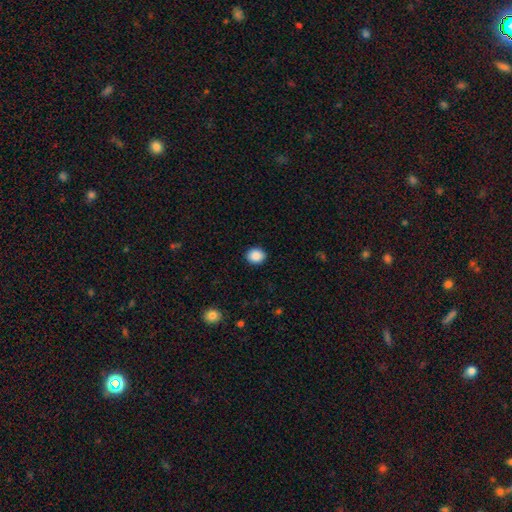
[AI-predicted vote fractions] The model was most divided on "how rounded": round: 70%, in between: 29%, cigar-shaped: 1%. More confident: merging — none (91%); smooth or featured — smooth (89%).